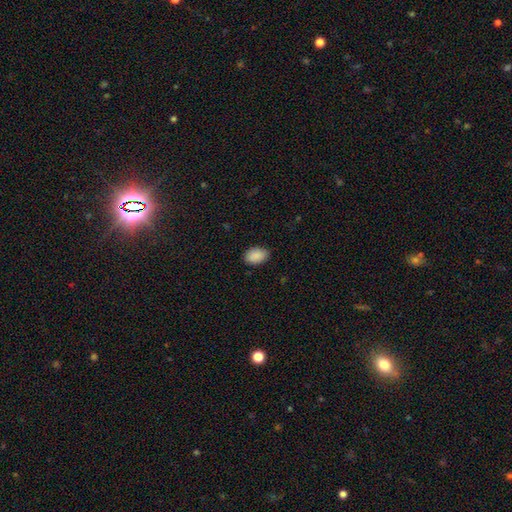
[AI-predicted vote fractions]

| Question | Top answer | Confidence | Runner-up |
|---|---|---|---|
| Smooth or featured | smooth | 90% | star or artifact (7%) |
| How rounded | in between | 88% | round (11%) |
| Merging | none | 85% | minor disturbance (11%) |